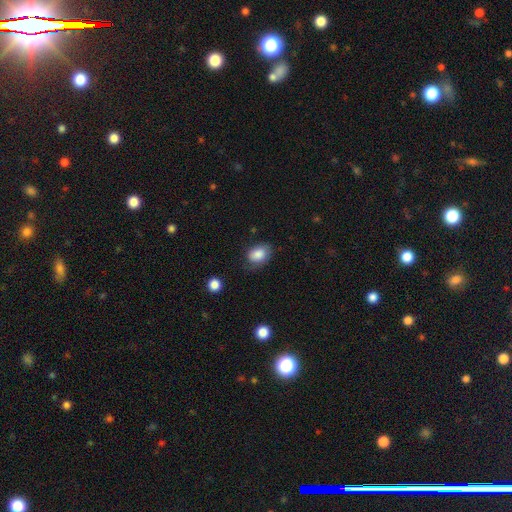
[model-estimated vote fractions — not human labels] Overall: smooth (85%). How rounded: in between (75%). Merging: none (65%; minor disturbance 26%).